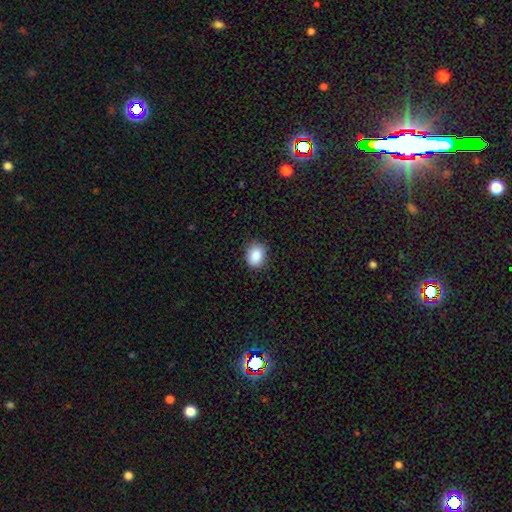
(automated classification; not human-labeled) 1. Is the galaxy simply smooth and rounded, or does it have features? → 88% smooth, 9% star or artifact, 4% featured or disk.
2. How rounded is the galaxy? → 59% in between, 40% round, 1% cigar-shaped.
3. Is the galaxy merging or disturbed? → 83% none, 13% minor disturbance, 3% major disturbance, 1% merger.